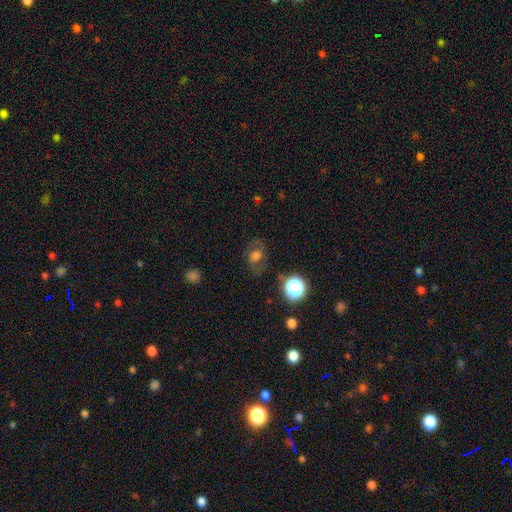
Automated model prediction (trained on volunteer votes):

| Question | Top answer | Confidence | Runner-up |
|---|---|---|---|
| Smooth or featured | smooth | 61% | star or artifact (19%) |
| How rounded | round | 54% | in between (45%) |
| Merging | none | 70% | minor disturbance (17%) |